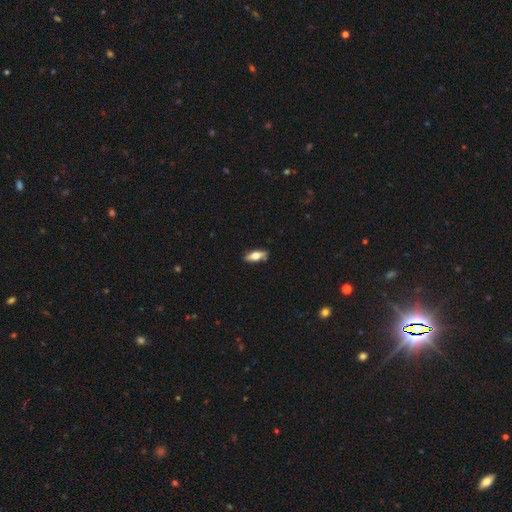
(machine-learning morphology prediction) Smooth or featured: smooth — 62% (featured or disk — 31%)
How rounded: in between — 70% (cigar-shaped — 28%)
Merging: none — 87% (minor disturbance — 10%)